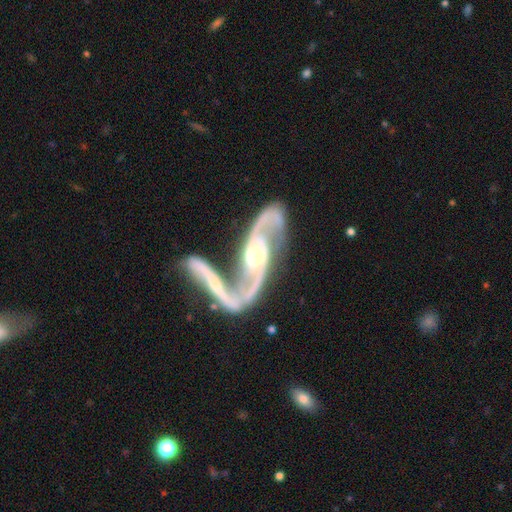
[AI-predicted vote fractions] Smooth or featured?
  - featured or disk: 92% *
  - star or artifact: 4%
  - smooth: 4%
Edge-on disk?
  - no: 93% *
  - yes: 7%
Bar?
  - no: 38% *
  - weak: 33%
  - strong: 28%
Spiral arms?
  - yes: 97% *
  - no: 3%
Spiral winding?
  - medium: 46% *
  - loose: 41%
  - tight: 14%
Spiral arm count?
  - 2: 93% *
  - can't tell: 2%
  - 1: 1%
  - 3: 1%
  - 4: 1%
  - more than 4: 1%
Bulge size?
  - moderate: 60% *
  - small: 28%
  - large: 8%
  - none: 2%
  - dominant: 2%
Merging?
  - merger: 41% *
  - none: 36%
  - minor disturbance: 13%
  - major disturbance: 11%